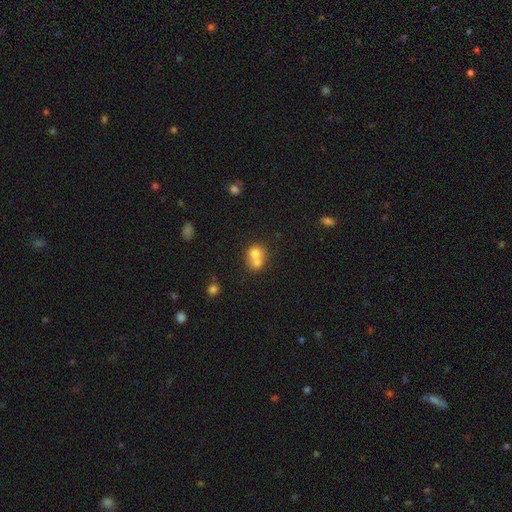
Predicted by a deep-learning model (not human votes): The model was most divided on "merging": merger: 67%, none: 25%, minor disturbance: 5%, major disturbance: 3%. More confident: how rounded — round (72%); smooth or featured — smooth (71%).